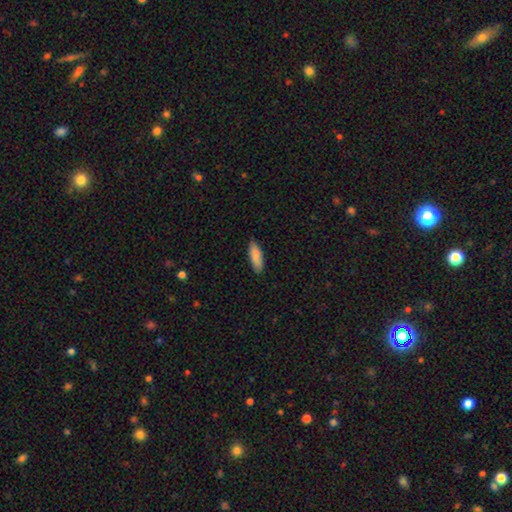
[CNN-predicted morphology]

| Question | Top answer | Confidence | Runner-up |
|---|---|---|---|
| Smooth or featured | smooth | 88% | star or artifact (6%) |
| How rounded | in between | 57% | cigar-shaped (42%) |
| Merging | none | 85% | minor disturbance (12%) |